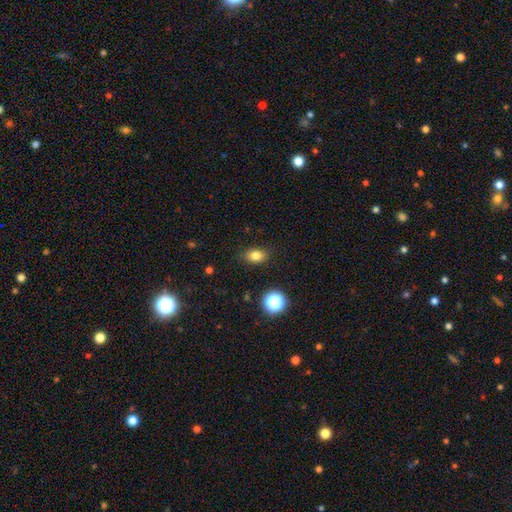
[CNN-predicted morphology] A smooth galaxy with no disk features (80%) that is in between round and cigar-shaped (76%). Merging: none (86%).